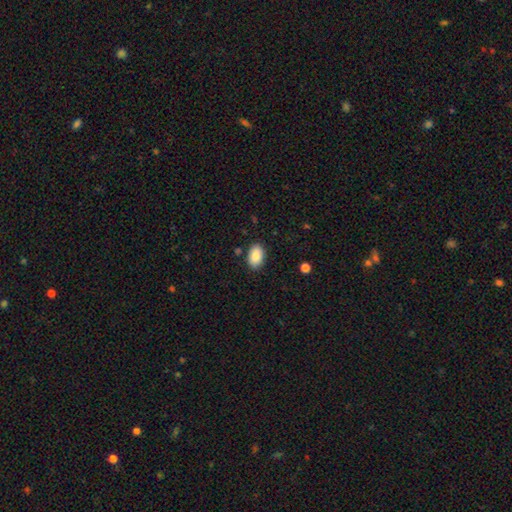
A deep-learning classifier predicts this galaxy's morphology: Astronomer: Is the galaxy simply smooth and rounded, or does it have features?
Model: smooth — 87%.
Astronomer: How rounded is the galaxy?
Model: in between — 92%.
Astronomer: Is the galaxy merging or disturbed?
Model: none — 87%.